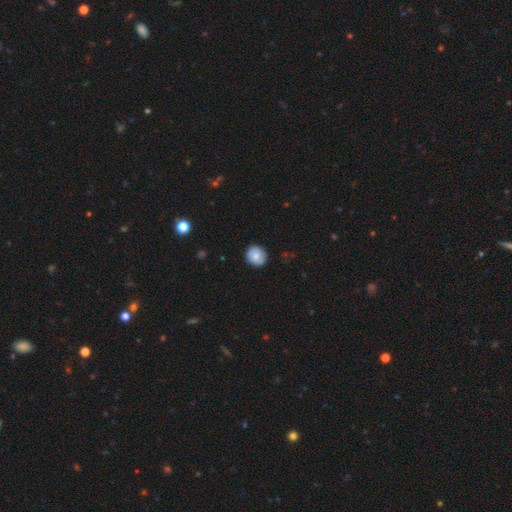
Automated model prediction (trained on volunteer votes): This appears to be a smooth galaxy with no disk features (76%) that is round (80%). Merging: none (86%).